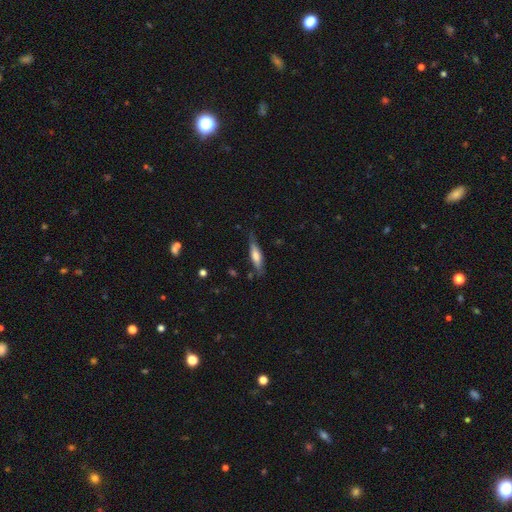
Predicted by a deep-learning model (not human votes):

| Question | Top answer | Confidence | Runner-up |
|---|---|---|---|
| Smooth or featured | smooth | 54% | featured or disk (40%) |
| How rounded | cigar-shaped | 71% | in between (27%) |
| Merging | none | 73% | minor disturbance (20%) |